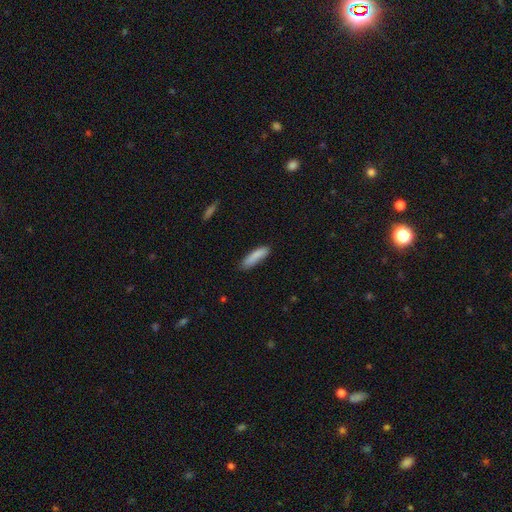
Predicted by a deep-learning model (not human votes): This is clearly a smooth galaxy (86%). How rounded: likely cigar-shaped (71%). Merging: likely none (79%).